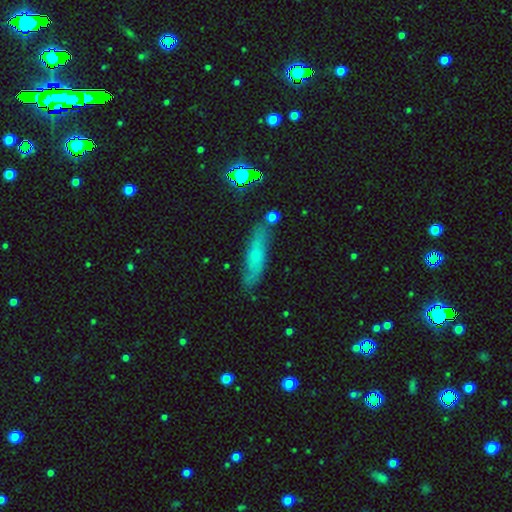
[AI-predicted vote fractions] Morphology: type=smooth (57%); roundness=cigar-shaped (71%); merging=none (75%).